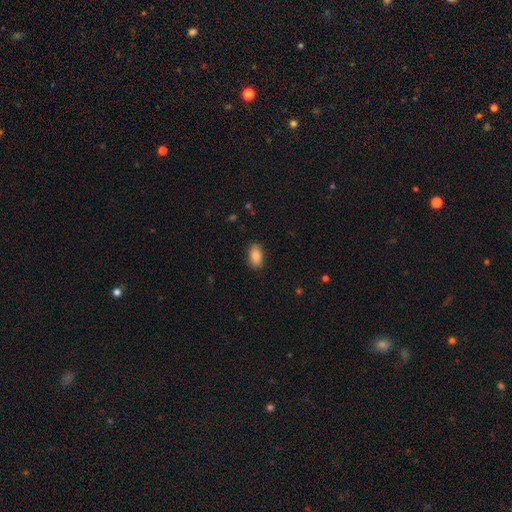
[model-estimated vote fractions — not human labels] A smooth galaxy with no disk features (85%) that is in between round and cigar-shaped (91%).

Vote fractions:
- Smooth or featured? smooth: 85% / star or artifact: 7% / featured or disk: 7%
- How rounded? in between: 91% / round: 7% / cigar-shaped: 2%
- Merging? none: 88% / minor disturbance: 9% / major disturbance: 2% / merger: 1%